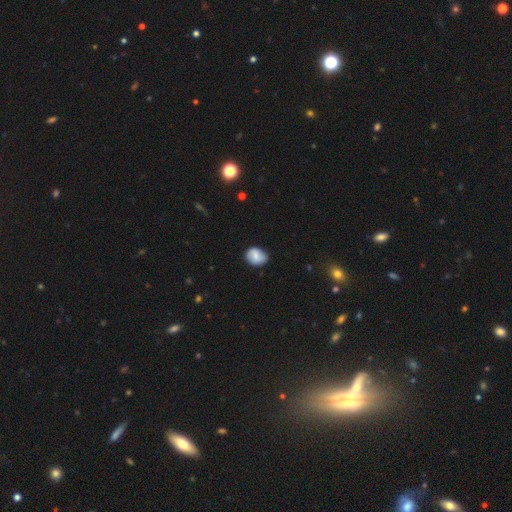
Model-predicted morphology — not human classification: smooth-or-featured: smooth: 70% | featured or disk: 22% | star or artifact: 8%
  how-rounded: round: 54% | in between: 45% | cigar-shaped: 1%
  merging: none: 75% | minor disturbance: 20% | major disturbance: 3% | merger: 1%